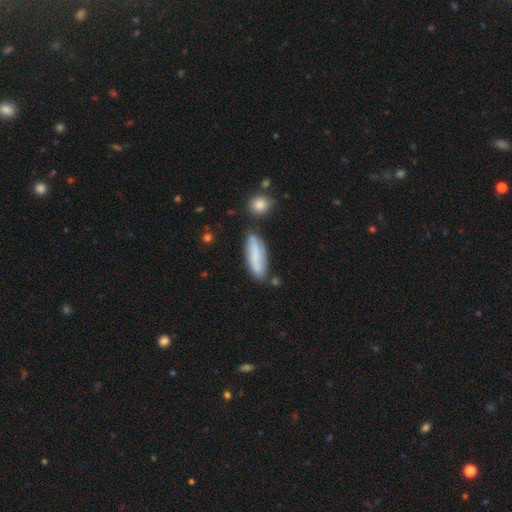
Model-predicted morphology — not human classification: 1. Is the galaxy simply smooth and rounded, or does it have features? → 66% smooth, 27% featured or disk, 7% star or artifact.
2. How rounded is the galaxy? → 52% cigar-shaped, 45% in between, 2% round.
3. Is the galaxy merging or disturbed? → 72% none, 17% minor disturbance, 7% merger, 4% major disturbance.